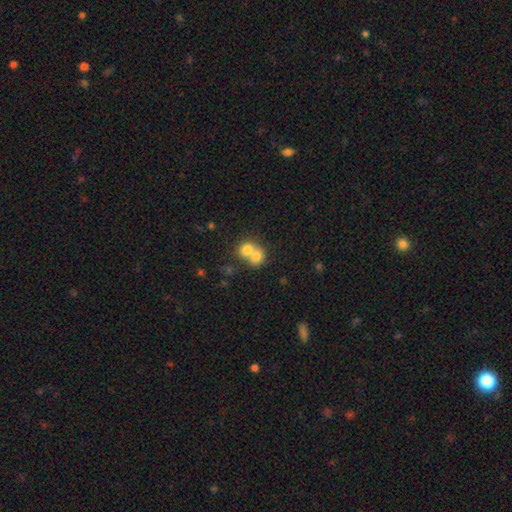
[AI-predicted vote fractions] smooth 73%, featured or disk 17%, star or artifact 10%. Down the decision tree: how rounded — round (66%); merging — merger (70%).